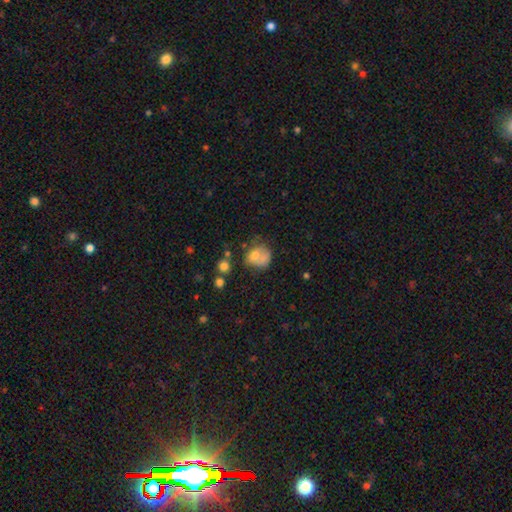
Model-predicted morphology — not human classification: smooth-or-featured: smooth: 63% | featured or disk: 25% | star or artifact: 12%
  how-rounded: round: 64% | in between: 35% | cigar-shaped: 1%
  merging: none: 38% | minor disturbance: 25% | merger: 20% | major disturbance: 18%